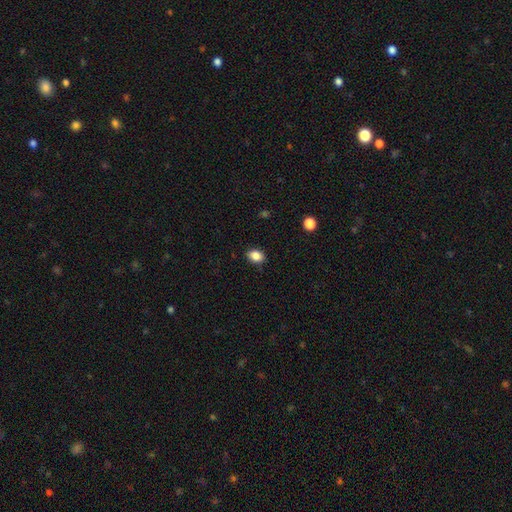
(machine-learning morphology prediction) A smooth galaxy with no disk features (85%) that is in between round and cigar-shaped (71%). Merging: none (87%).